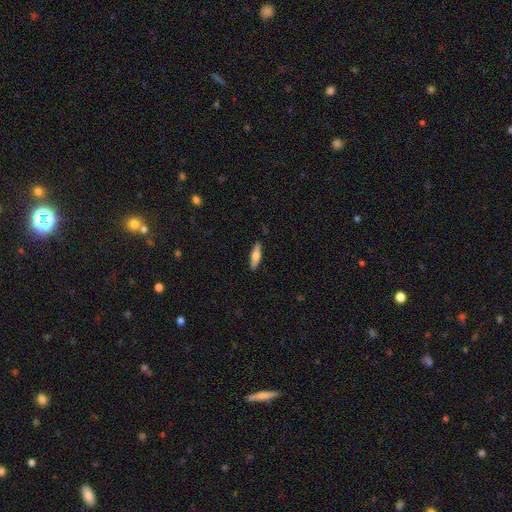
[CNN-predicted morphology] smooth-or-featured: smooth: 62% | featured or disk: 33% | star or artifact: 6%
  how-rounded: cigar-shaped: 63% | in between: 35% | round: 2%
  merging: none: 89% | minor disturbance: 9% | major disturbance: 2% | merger: 1%